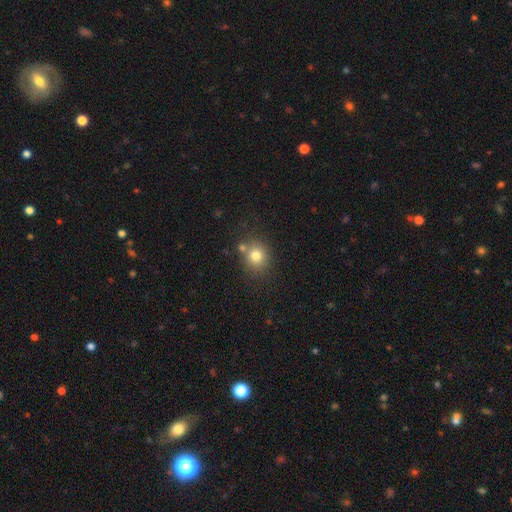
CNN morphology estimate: smooth-or-featured: smooth: 77% | star or artifact: 14% | featured or disk: 10%
  how-rounded: round: 79% | in between: 20% | cigar-shaped: 1%
  merging: none: 71% | merger: 15% | minor disturbance: 11% | major disturbance: 4%